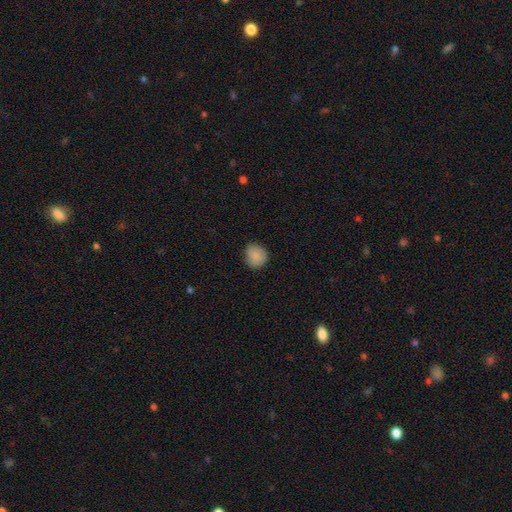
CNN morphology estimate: Overall: smooth (87%). How rounded: round (81%). Merging: none (78%).